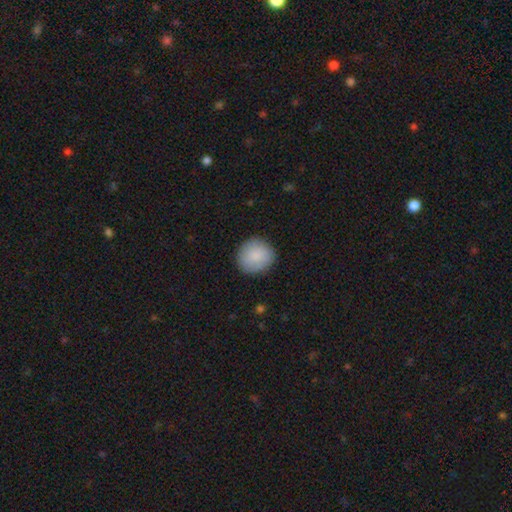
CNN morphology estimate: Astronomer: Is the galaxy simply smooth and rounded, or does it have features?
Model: smooth — 86%.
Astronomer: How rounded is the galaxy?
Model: round — 89%.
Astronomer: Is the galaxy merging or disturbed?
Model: none — 87%.